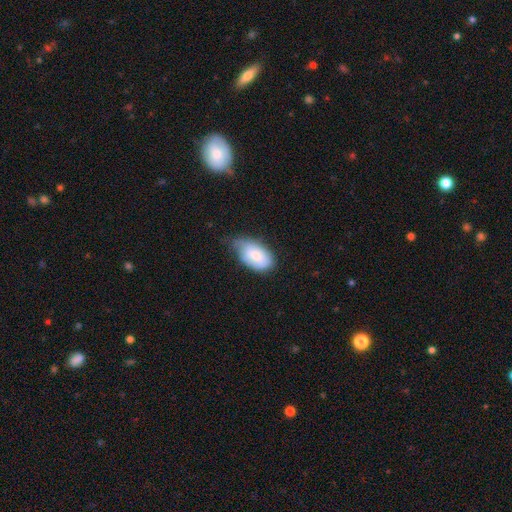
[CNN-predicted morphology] smooth_or_featured: smooth (p=0.73) [alt: featured or disk p=0.20]
how_rounded: in between (p=0.93) [alt: round p=0.05]
merging: minor disturbance (p=0.46) [alt: none p=0.39]